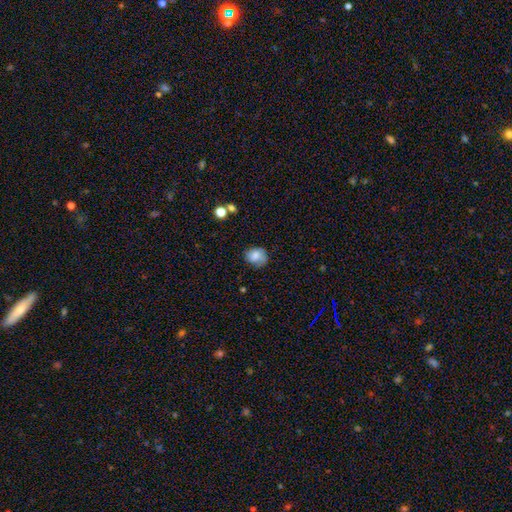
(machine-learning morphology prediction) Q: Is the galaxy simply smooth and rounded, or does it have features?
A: smooth — 72%.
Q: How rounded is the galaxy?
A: round — 61%.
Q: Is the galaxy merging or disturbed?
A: none — 64%.